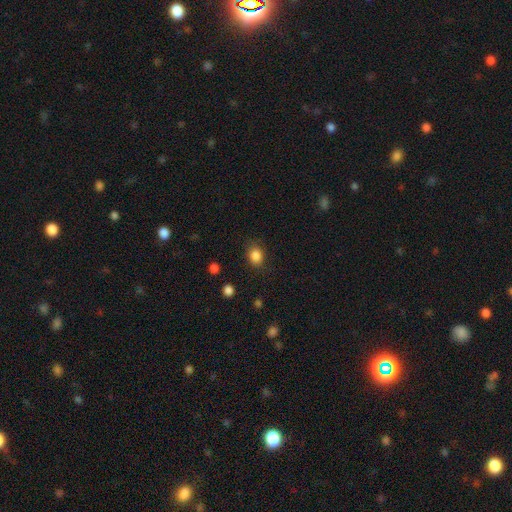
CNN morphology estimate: Overall: smooth (85%). How rounded: in between (52%; round 47%). Merging: none (81%).